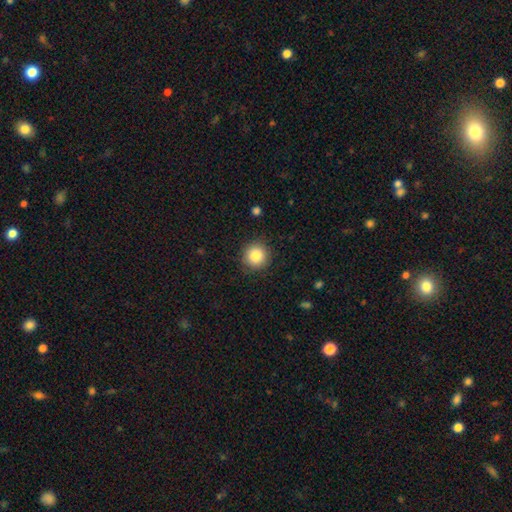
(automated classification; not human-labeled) This appears to be a smooth galaxy with no disk features (84%) that is round (93%). Merging: none (89%).